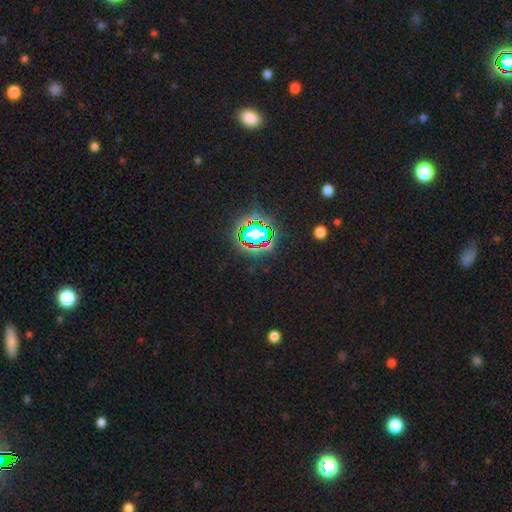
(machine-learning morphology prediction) A star or artifact, not a galaxy (79%).

Vote fractions:
- Smooth or featured? star or artifact: 79% / smooth: 13% / featured or disk: 8%